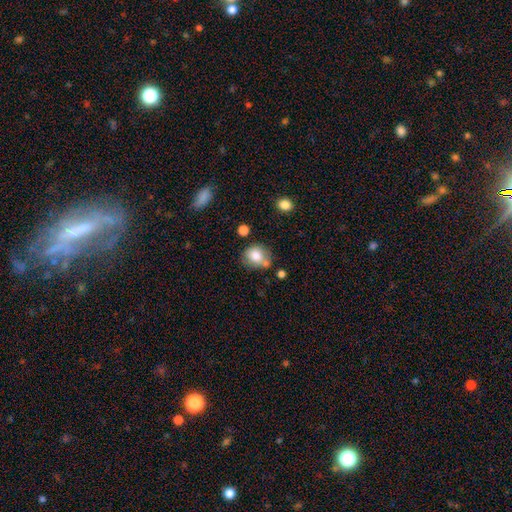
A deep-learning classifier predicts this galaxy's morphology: This is likely a smooth galaxy (78%). How rounded: likely round (77%). Merging: possibly none (59%).